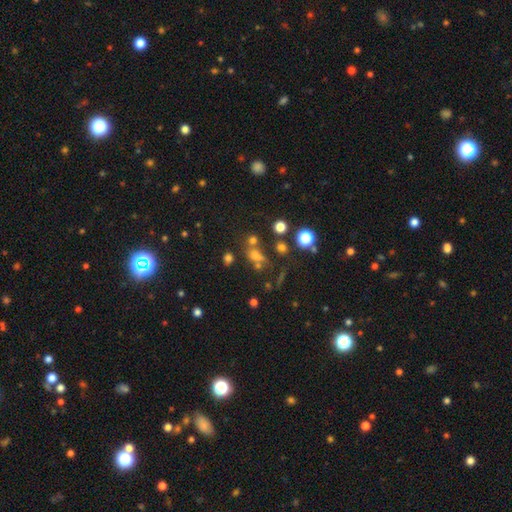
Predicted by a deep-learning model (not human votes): Morphology: type=smooth (50%); roundness=round (52%); merging=none (54%).